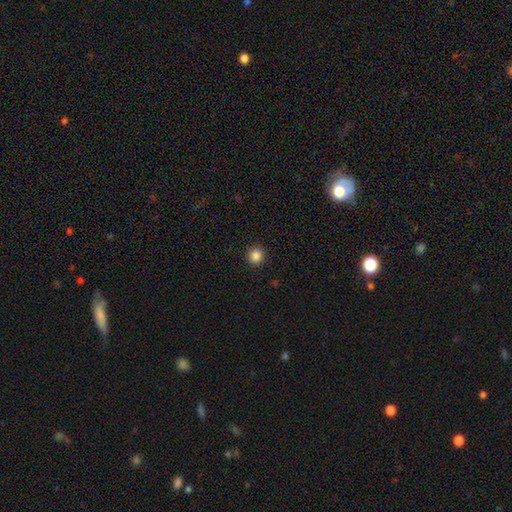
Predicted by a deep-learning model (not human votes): smooth 86%, star or artifact 11%, featured or disk 3%. Down the decision tree: how rounded — round (94%); merging — none (93%).